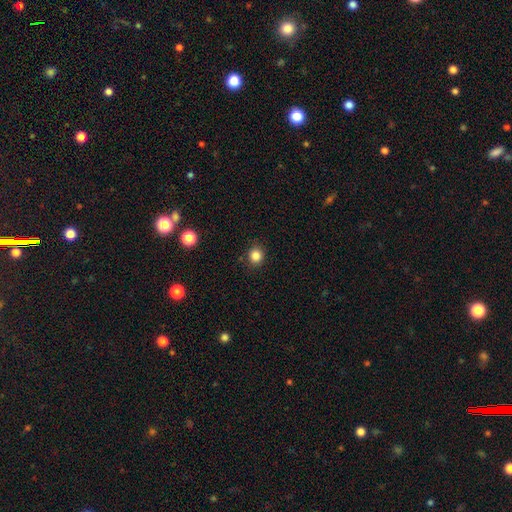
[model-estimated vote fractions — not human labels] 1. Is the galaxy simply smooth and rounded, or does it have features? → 84% smooth, 12% star or artifact, 4% featured or disk.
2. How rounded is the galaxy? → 82% round, 17% in between, 1% cigar-shaped.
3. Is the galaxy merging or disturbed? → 89% none, 8% minor disturbance, 2% major disturbance, 1% merger.